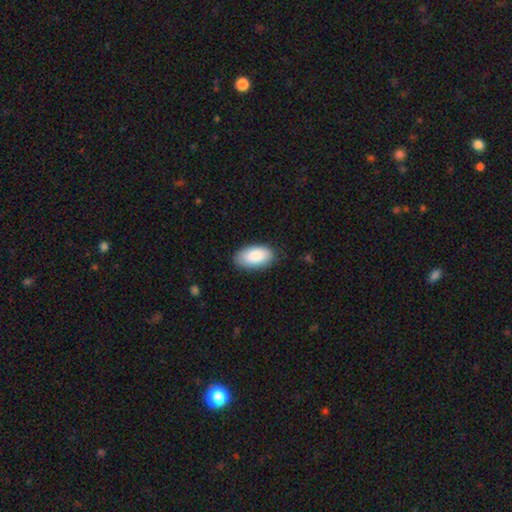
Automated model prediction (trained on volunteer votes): This is clearly a smooth galaxy (86%). How rounded: clearly in between (95%). Merging: clearly none (84%).